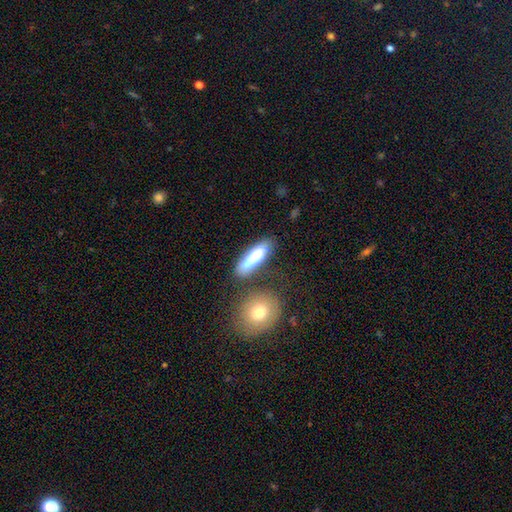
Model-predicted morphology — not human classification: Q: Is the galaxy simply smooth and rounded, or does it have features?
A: smooth — 72%.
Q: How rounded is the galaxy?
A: cigar-shaped — 62%.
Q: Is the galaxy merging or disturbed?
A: none — 63%.